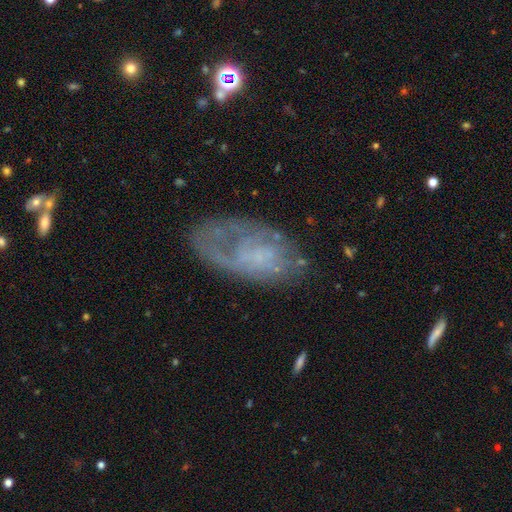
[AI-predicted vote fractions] A featured or disk galaxy (57%) with no bar (79%), spiral arms (52%) and no central bulge (59%). Merging: none (52%).